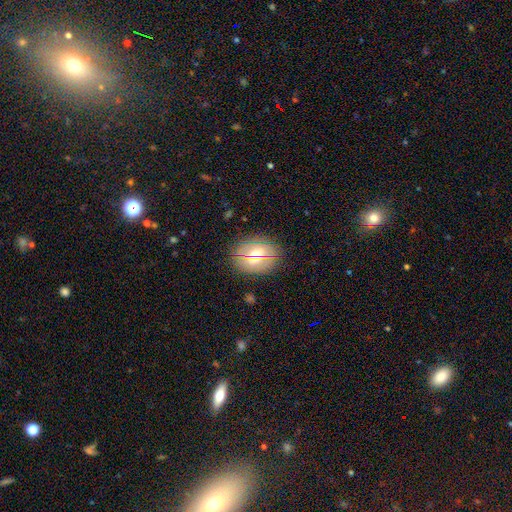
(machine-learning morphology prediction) A smooth galaxy with no disk features (49%). Merging: none (81%).